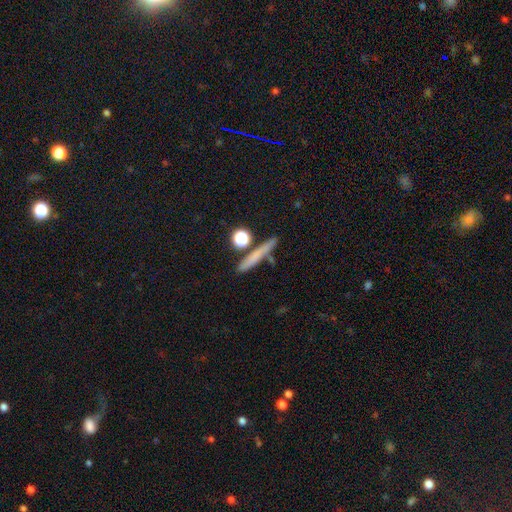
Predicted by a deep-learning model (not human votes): Smooth or featured: smooth — 65% (featured or disk — 23%)
How rounded: cigar-shaped — 78% (round — 13%)
Merging: none — 75% (minor disturbance — 12%)